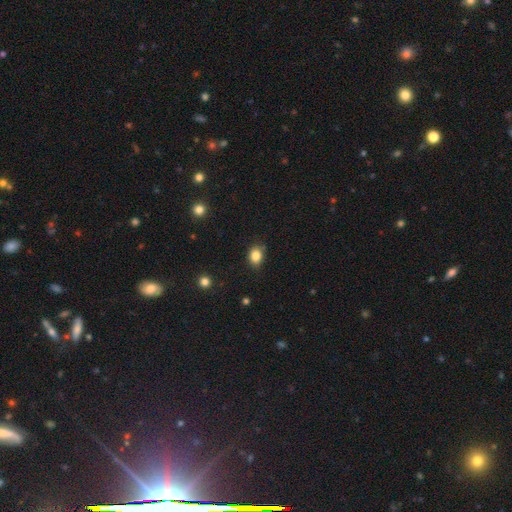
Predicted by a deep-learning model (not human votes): Smooth or featured?
  - smooth: 84% *
  - star or artifact: 10%
  - featured or disk: 6%
How rounded?
  - in between: 59% *
  - round: 40%
  - cigar-shaped: 1%
Merging?
  - none: 81% *
  - minor disturbance: 15%
  - major disturbance: 3%
  - merger: 2%